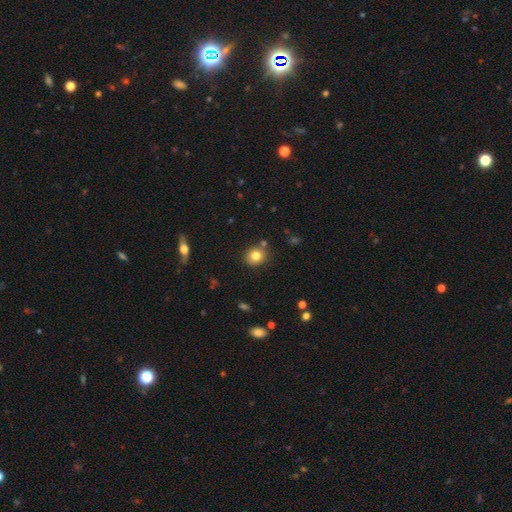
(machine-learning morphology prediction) Smooth or featured?
  - smooth: 80% *
  - star or artifact: 11%
  - featured or disk: 9%
How rounded?
  - round: 81% *
  - in between: 18%
  - cigar-shaped: 1%
Merging?
  - none: 83% *
  - minor disturbance: 9%
  - merger: 6%
  - major disturbance: 2%